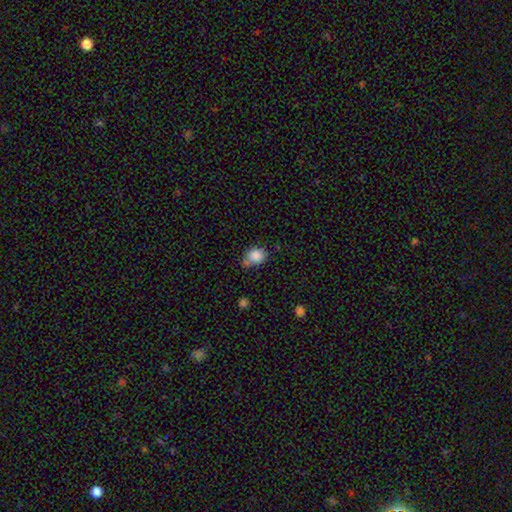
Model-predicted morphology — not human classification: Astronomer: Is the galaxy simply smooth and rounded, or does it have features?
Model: smooth — 85%.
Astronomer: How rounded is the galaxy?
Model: round — 56% (runner-up: in between, 43%).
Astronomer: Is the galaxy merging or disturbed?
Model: none — 51% (runner-up: minor disturbance, 28%).